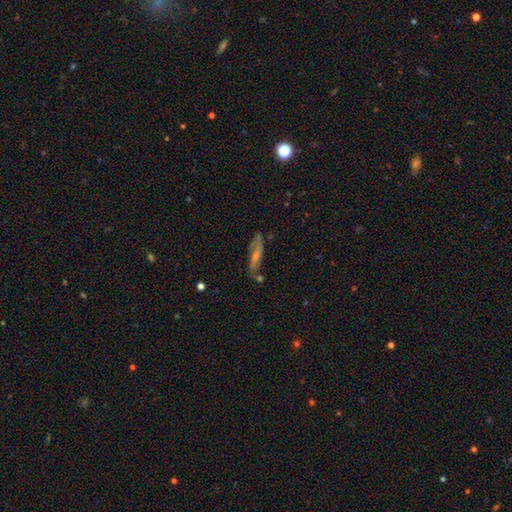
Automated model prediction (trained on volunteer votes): Smooth or featured: featured or disk — 59% (smooth — 28%)
Edge-on disk: no — 62% (yes — 38%)
Merging: none — 74% (minor disturbance — 17%)